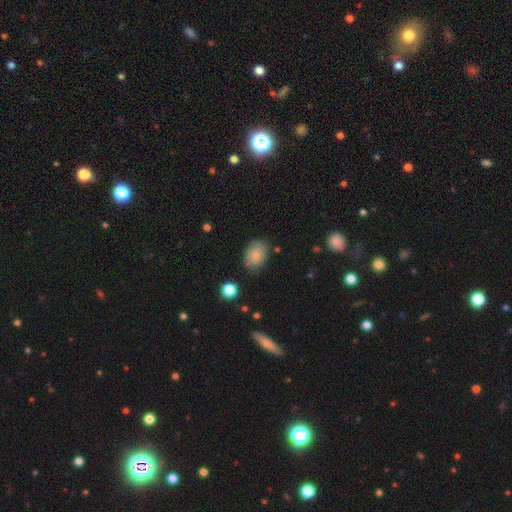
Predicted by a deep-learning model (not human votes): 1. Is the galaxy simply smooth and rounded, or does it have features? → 78% smooth, 12% featured or disk, 9% star or artifact.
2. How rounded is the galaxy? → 70% in between, 29% round, 1% cigar-shaped.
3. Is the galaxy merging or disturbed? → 75% none, 19% minor disturbance, 4% major disturbance, 2% merger.